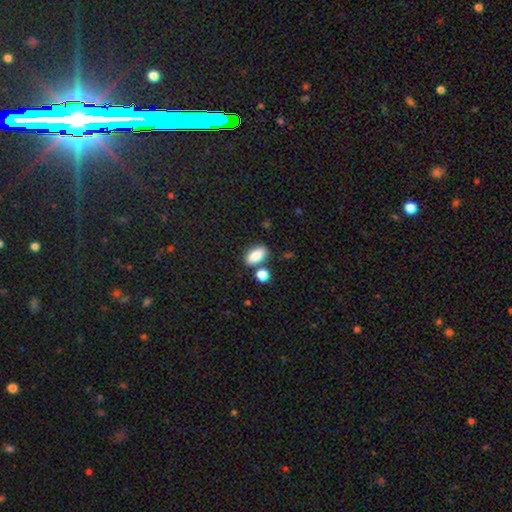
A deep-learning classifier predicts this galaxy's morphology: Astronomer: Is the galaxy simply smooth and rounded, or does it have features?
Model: smooth — 86%.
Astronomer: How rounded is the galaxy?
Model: in between — 88%.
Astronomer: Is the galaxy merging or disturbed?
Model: none — 69%.